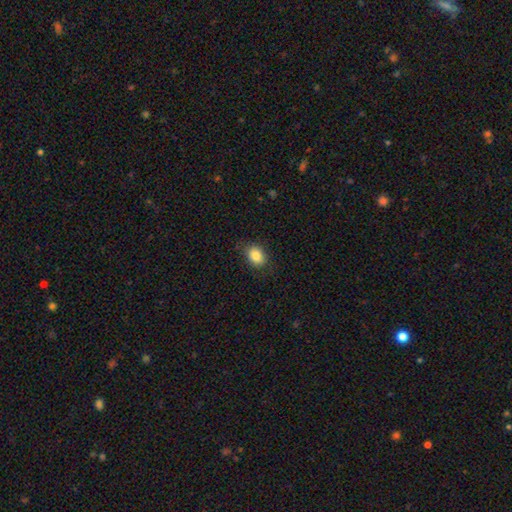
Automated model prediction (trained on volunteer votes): Smooth or featured?
  - smooth: 85% *
  - star or artifact: 9%
  - featured or disk: 6%
How rounded?
  - in between: 64% *
  - round: 35%
  - cigar-shaped: 1%
Merging?
  - none: 83% *
  - minor disturbance: 13%
  - major disturbance: 3%
  - merger: 1%